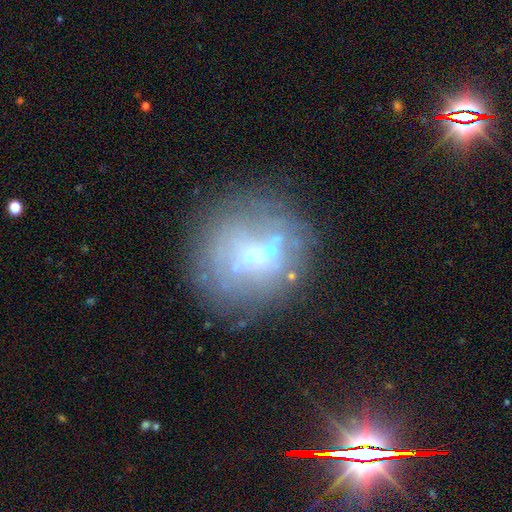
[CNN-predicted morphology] A featured or disk galaxy (48%).

Vote fractions:
- Smooth or featured? featured or disk: 48% / smooth: 32% / star or artifact: 19%
- Merging? none: 62% / minor disturbance: 15% / merger: 12% / major disturbance: 11%